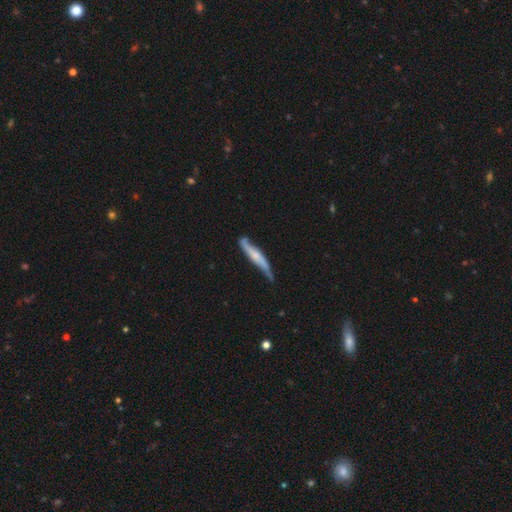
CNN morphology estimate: A featured or disk galaxy (58%) viewed edge-on (66%).

Vote fractions:
- Smooth or featured? featured or disk: 58% / smooth: 37% / star or artifact: 5%
- Edge-on disk? yes: 66% / no: 34%
- Merging? none: 56% / minor disturbance: 33% / major disturbance: 7% / merger: 4%